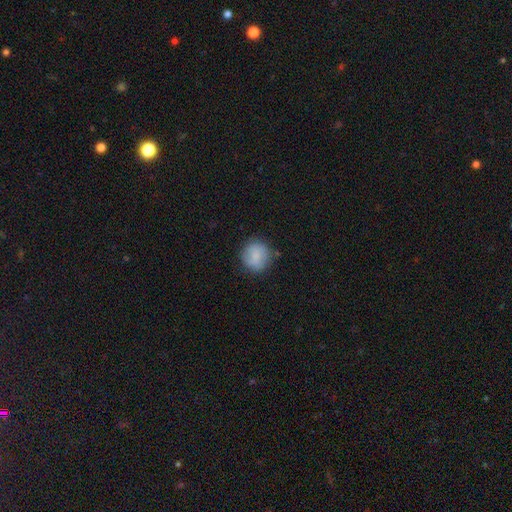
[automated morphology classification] smooth_or_featured: smooth (p=0.76) [alt: featured or disk p=0.16]
how_rounded: round (p=0.86) [alt: in between p=0.13]
merging: none (p=0.78) [alt: minor disturbance p=0.16]